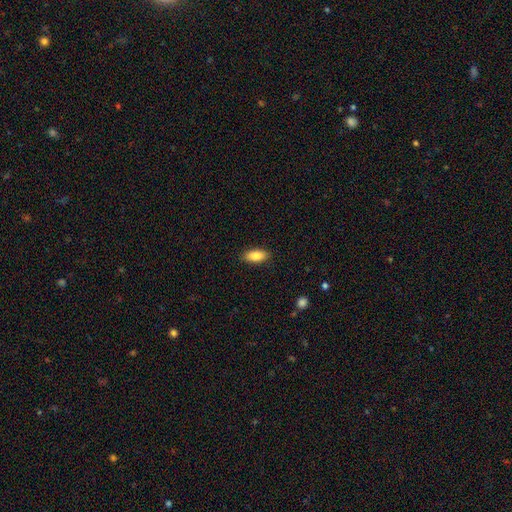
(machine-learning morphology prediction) This appears to be a smooth galaxy with no disk features (86%) that is in between round and cigar-shaped (87%). Merging: none (88%).